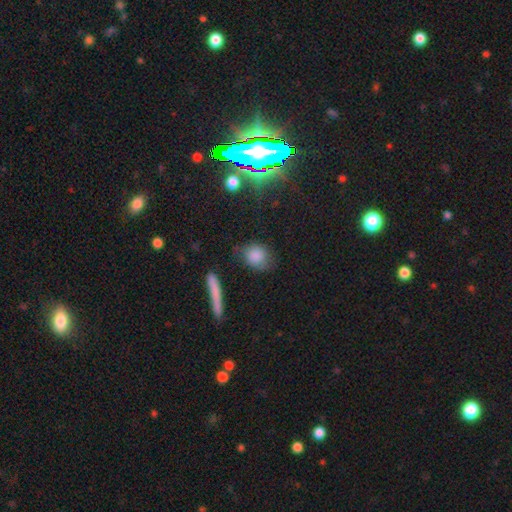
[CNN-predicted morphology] This appears to be a smooth galaxy with no disk features (83%) that is round (64%). Merging: none (70%).